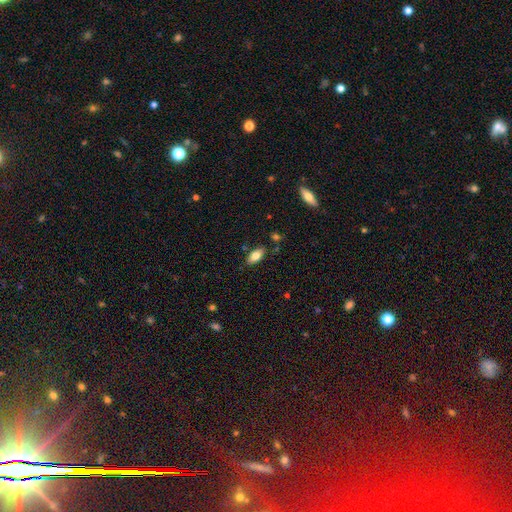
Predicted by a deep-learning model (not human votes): Smooth or featured? smooth (80%)
How rounded? in between (91%)
Merging? none (81%)